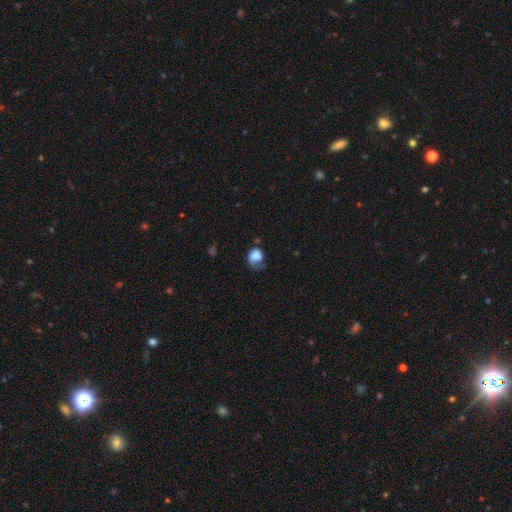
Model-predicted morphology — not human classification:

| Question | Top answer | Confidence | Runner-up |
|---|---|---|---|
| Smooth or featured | smooth | 76% | featured or disk (16%) |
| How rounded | round | 52% | in between (47%) |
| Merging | major disturbance | 39% | minor disturbance (31%) |